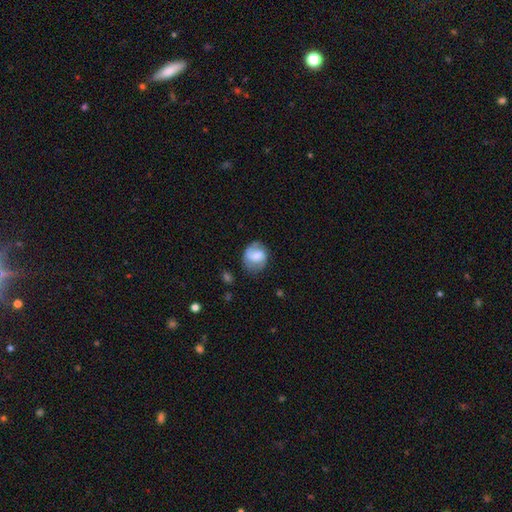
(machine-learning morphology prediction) smooth 47%, featured or disk 45%, star or artifact 8%. Down the decision tree: merging — none (63%).